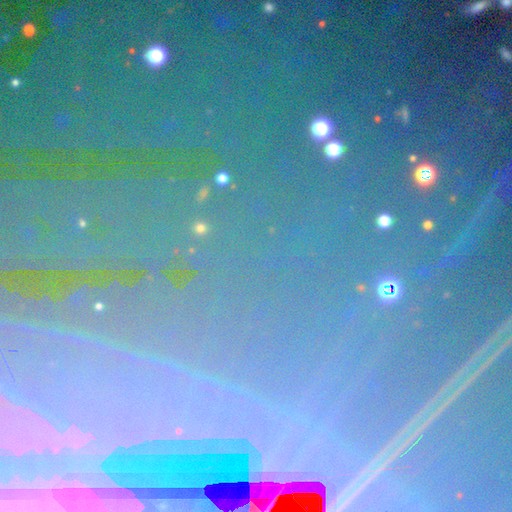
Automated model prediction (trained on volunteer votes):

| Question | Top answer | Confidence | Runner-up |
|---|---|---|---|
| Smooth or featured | star or artifact | 71% | smooth (17%) |